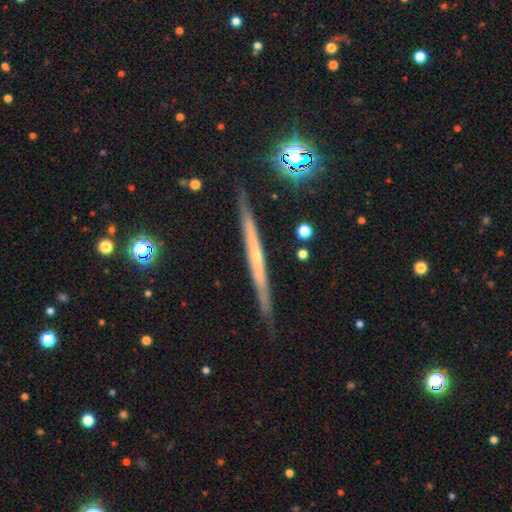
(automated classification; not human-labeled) Smooth or featured: featured or disk — 73% (smooth — 19%)
Edge-on disk: yes — 97% (no — 3%)
Edge-on bulge: none — 56% (rounded — 40%)
Merging: none — 88% (minor disturbance — 9%)